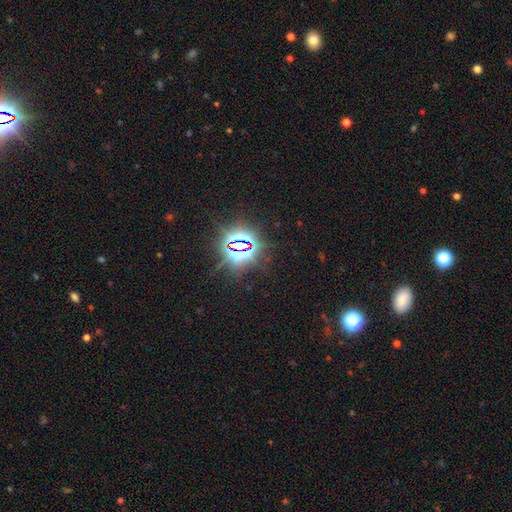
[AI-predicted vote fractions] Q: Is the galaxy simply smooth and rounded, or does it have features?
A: star or artifact — 81%.